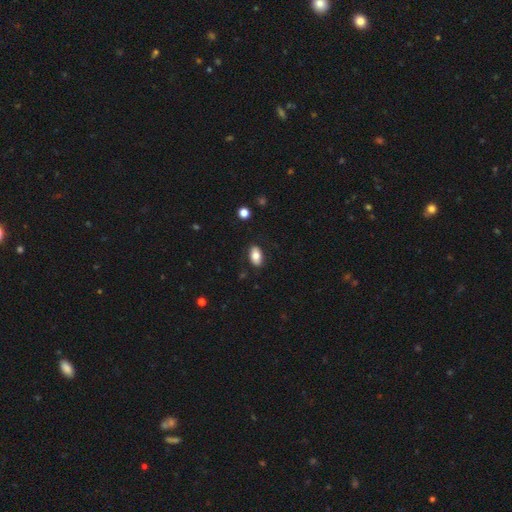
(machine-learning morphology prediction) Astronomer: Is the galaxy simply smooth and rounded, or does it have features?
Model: smooth — 80%.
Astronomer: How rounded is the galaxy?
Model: in between — 92%.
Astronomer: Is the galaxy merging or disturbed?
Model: none — 86%.